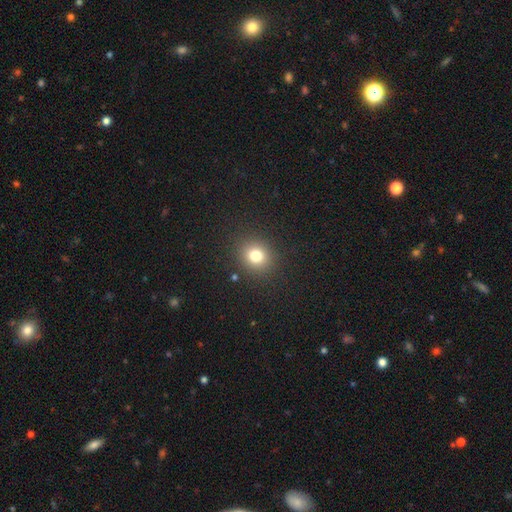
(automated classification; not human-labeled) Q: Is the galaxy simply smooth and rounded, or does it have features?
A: smooth — 78%.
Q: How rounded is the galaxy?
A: round — 81%.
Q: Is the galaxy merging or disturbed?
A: none — 89%.